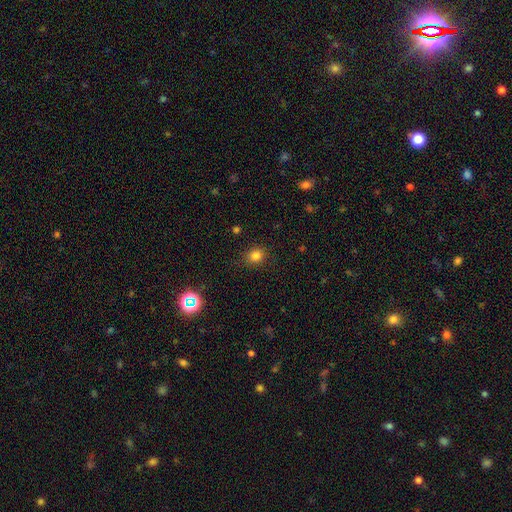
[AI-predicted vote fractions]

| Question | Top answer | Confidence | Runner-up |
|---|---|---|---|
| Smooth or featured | smooth | 81% | star or artifact (14%) |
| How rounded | round | 69% | in between (31%) |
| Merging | none | 86% | minor disturbance (10%) |